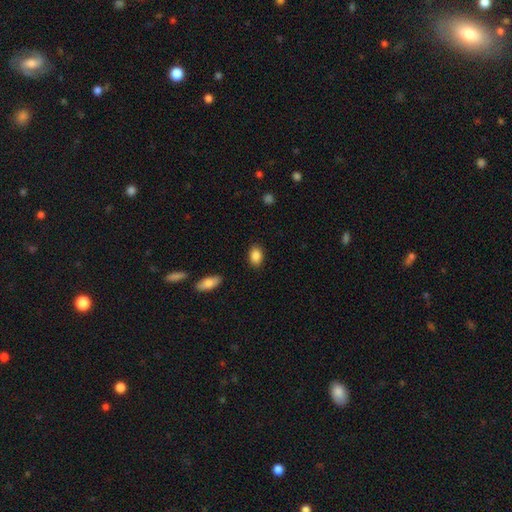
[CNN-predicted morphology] A smooth galaxy with no disk features (88%) that is in between round and cigar-shaped (83%). Merging: none (87%).